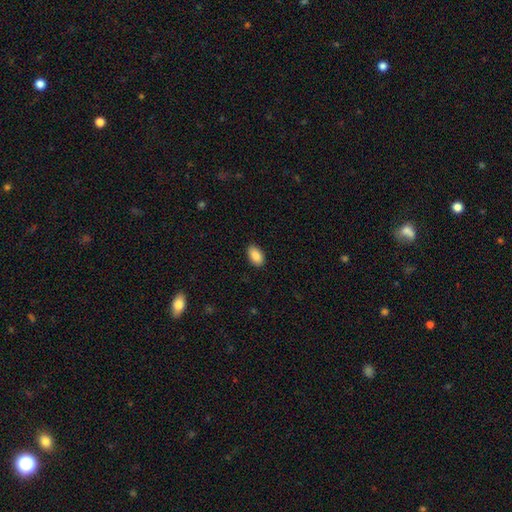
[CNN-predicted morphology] smooth_or_featured: smooth (p=0.88) [alt: star or artifact p=0.07]
how_rounded: in between (p=0.93) [alt: round p=0.05]
merging: none (p=0.87) [alt: minor disturbance p=0.10]